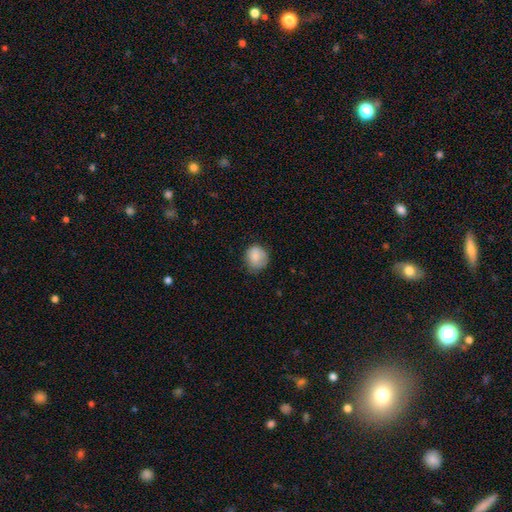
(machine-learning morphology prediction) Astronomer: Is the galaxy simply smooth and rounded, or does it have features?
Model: smooth — 83%.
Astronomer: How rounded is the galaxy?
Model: round — 71%.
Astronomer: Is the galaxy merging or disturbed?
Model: none — 62%.